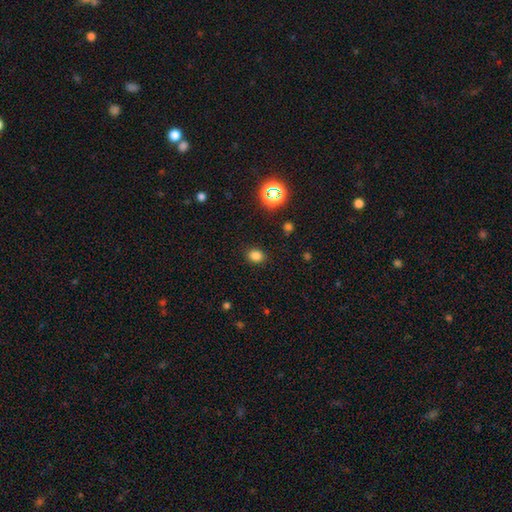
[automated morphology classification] This is clearly a smooth galaxy (80%). How rounded: possibly in between (52%). Merging: clearly none (87%).